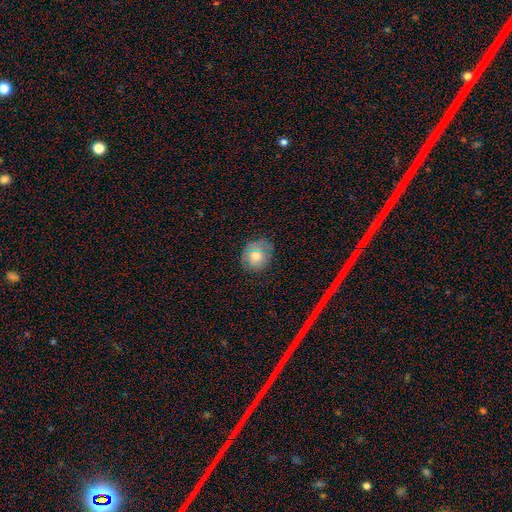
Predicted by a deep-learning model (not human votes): A smooth galaxy with no disk features (74%) that is round (78%). Merging: none (75%).